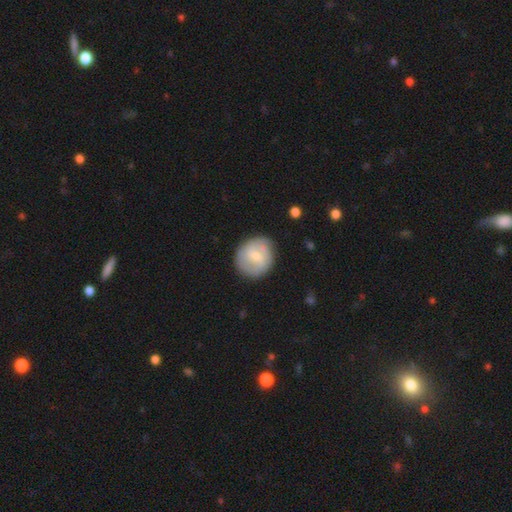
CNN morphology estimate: Smooth or featured: smooth — 50% (featured or disk — 44%)
Merging: none — 77% (minor disturbance — 16%)